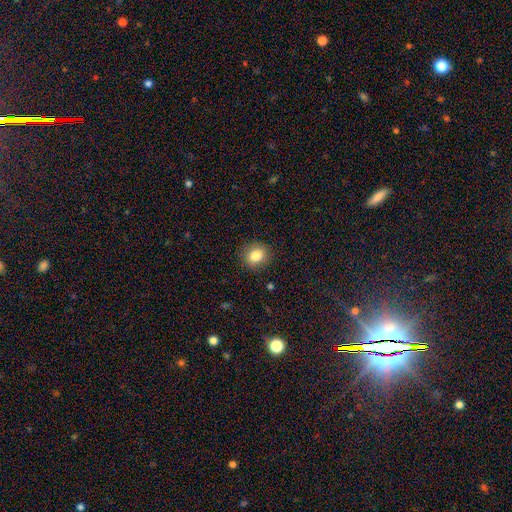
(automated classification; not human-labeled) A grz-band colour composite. It shows a smooth galaxy with no disk features (84%) that is round (73%). Merging: none (88%).